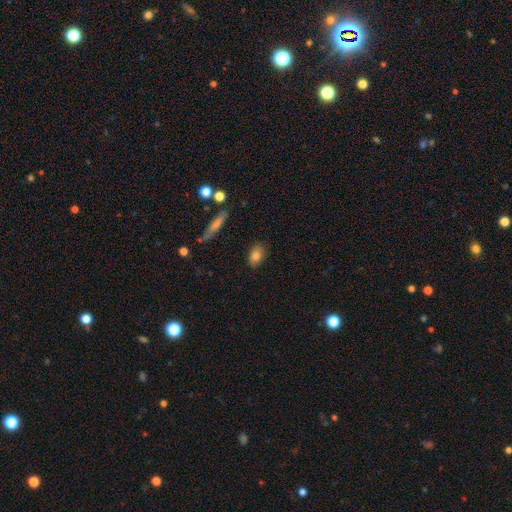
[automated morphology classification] The model was most divided on "how rounded": in between: 81%, round: 15%, cigar-shaped: 4%. More confident: merging — none (85%); smooth or featured — smooth (81%).